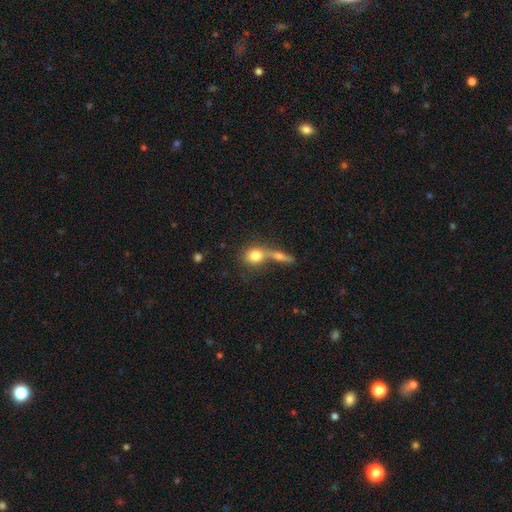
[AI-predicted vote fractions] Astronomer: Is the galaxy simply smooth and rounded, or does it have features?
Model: smooth — 77%.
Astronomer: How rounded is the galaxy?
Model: round — 67%.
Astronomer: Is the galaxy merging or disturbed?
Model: merger — 49% (runner-up: none, 37%).